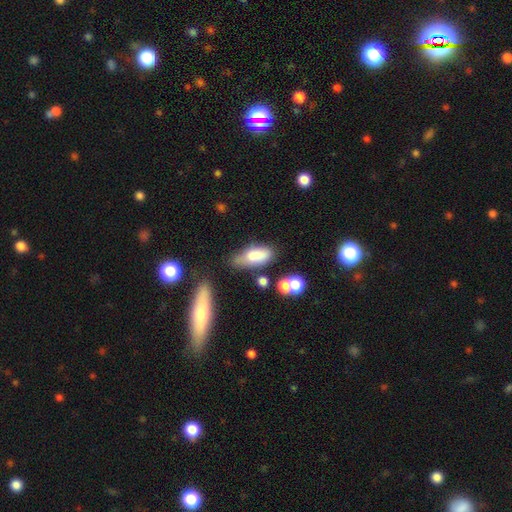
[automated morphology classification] Overall: smooth (76%). How rounded: in between (78%). Merging: none (48%; minor disturbance 28%).